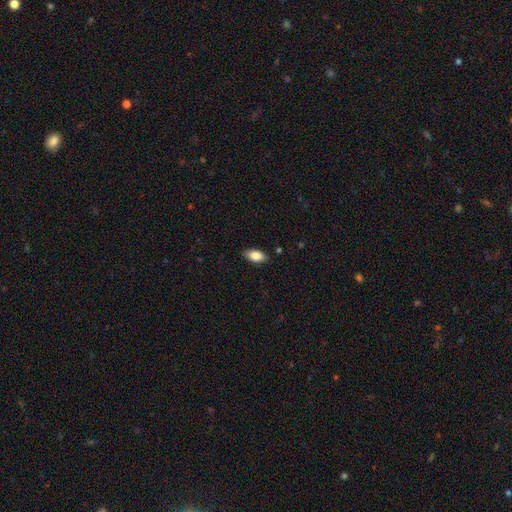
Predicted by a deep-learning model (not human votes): A smooth galaxy with no disk features (85%) that is in between round and cigar-shaped (92%). Merging: none (85%).